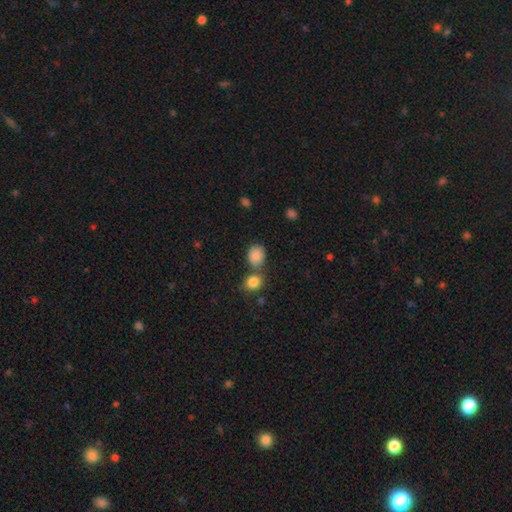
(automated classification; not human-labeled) Smooth or featured? smooth (86%)
How rounded? round (56%)
Merging? none (58%)